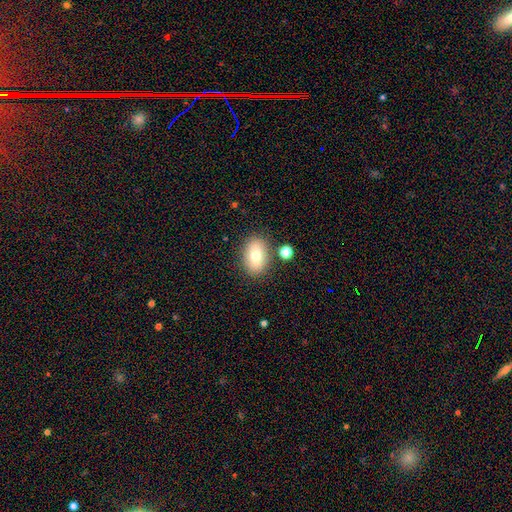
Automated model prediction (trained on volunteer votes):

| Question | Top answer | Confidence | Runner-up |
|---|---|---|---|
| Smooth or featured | smooth | 76% | featured or disk (16%) |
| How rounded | in between | 85% | round (13%) |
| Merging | none | 81% | minor disturbance (11%) |